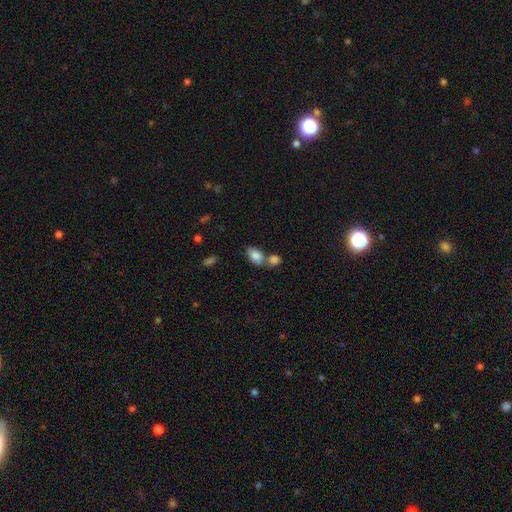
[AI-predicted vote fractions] A smooth galaxy with no disk features (84%) that is in between round and cigar-shaped (88%).

Vote fractions:
- Smooth or featured? smooth: 84% / featured or disk: 9% / star or artifact: 8%
- How rounded? in between: 88% / round: 10% / cigar-shaped: 2%
- Merging? none: 43% / merger: 42% / minor disturbance: 11% / major disturbance: 4%